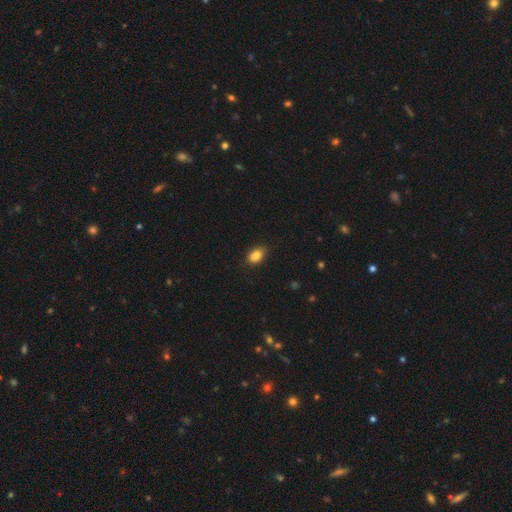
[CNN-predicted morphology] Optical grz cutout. It shows a smooth galaxy with no disk features (87%) that is in between round and cigar-shaped (87%). Merging: none (80%).